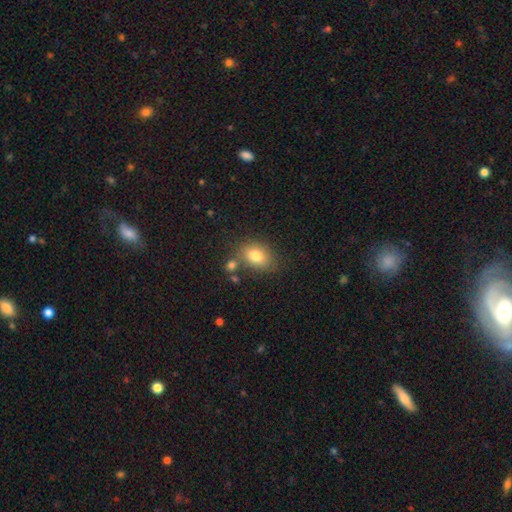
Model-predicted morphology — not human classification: Smooth or featured?
  - smooth: 79% *
  - featured or disk: 11%
  - star or artifact: 10%
How rounded?
  - in between: 73% *
  - round: 25%
  - cigar-shaped: 1%
Merging?
  - none: 67% *
  - minor disturbance: 15%
  - merger: 13%
  - major disturbance: 5%